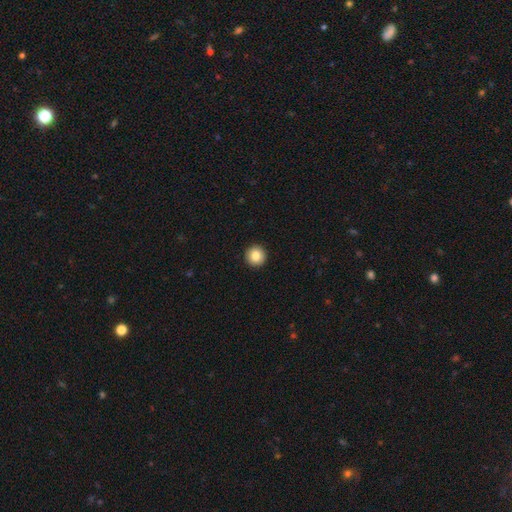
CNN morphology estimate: Smooth or featured? Predicted: smooth (p=0.85). How rounded? Predicted: round (p=0.95). Merging? Predicted: none (p=0.94).